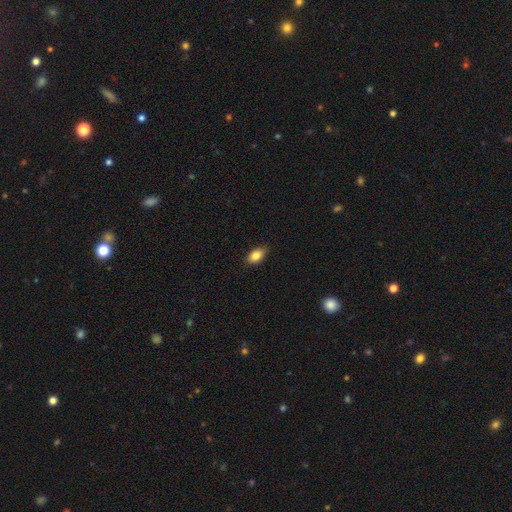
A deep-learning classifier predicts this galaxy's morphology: smooth 85%, star or artifact 8%, featured or disk 7%. Down the decision tree: how rounded — in between (89%); merging — none (86%).